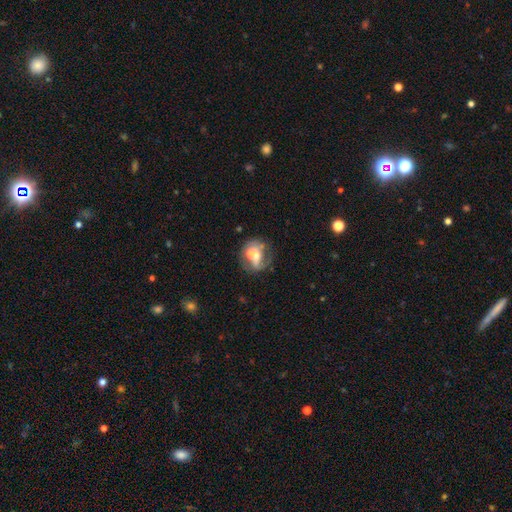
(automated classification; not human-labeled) This is possibly a featured or disk galaxy (47%). Merging: marginally none (34%).